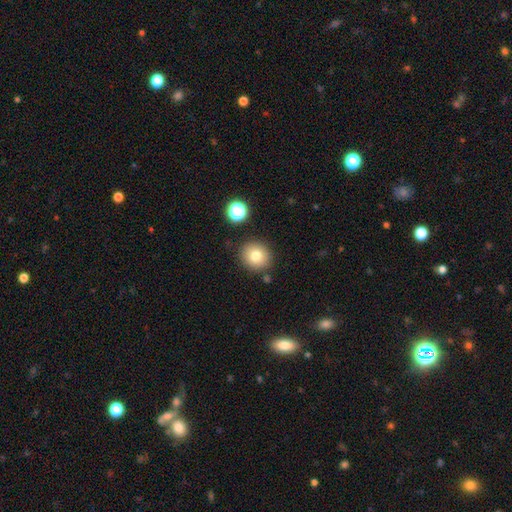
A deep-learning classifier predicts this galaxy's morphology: Overall: smooth (78%). How rounded: round (90%). Merging: none (86%).